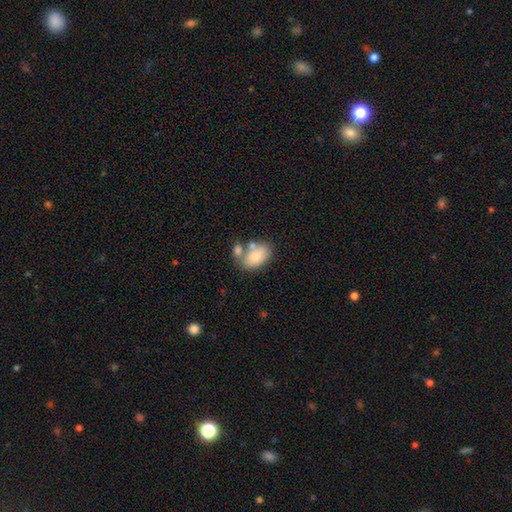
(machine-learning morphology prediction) Overall: smooth (80%). How rounded: in between (91%). Merging: none (47%; merger 31%).